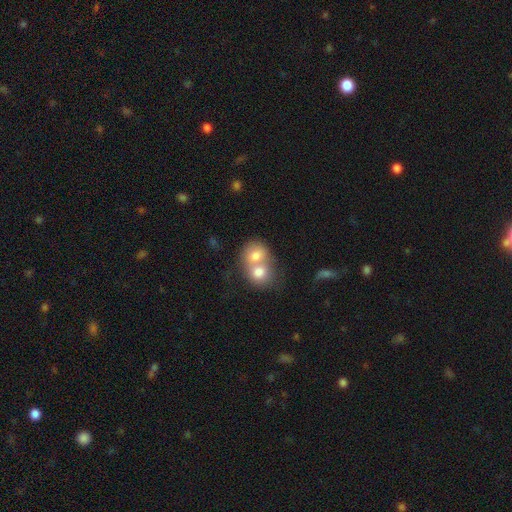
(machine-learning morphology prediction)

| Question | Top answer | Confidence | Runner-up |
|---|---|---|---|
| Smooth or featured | smooth | 72% | featured or disk (20%) |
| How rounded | round | 66% | in between (33%) |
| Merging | merger | 74% | none (18%) |